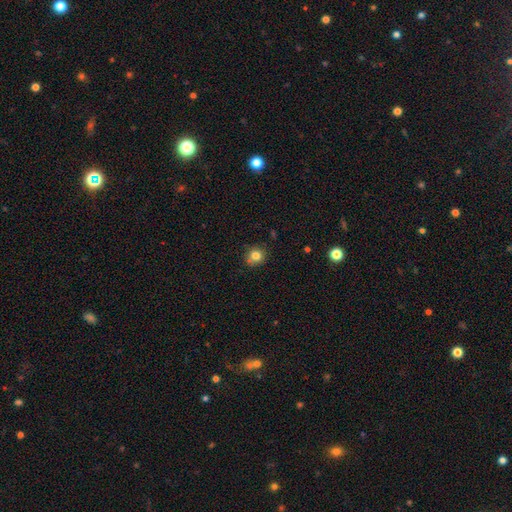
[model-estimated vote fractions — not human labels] smooth_or_featured: smooth (p=0.80) [alt: star or artifact p=0.12]
how_rounded: round (p=0.84) [alt: in between p=0.15]
merging: none (p=0.77) [alt: minor disturbance p=0.15]